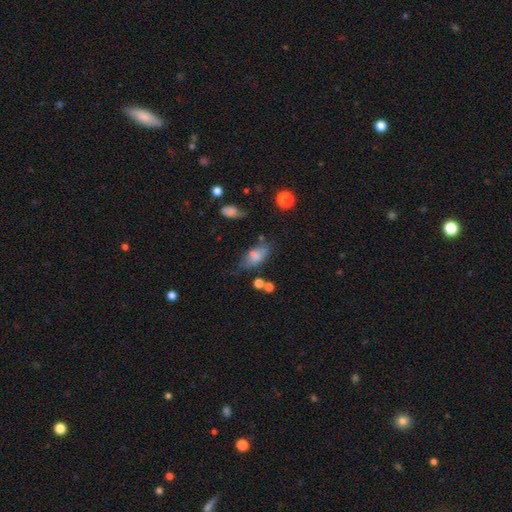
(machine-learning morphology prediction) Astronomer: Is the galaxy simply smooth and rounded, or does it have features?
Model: smooth — 71%.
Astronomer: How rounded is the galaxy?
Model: in between — 86%.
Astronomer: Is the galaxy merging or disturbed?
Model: none — 51% (runner-up: minor disturbance, 28%).